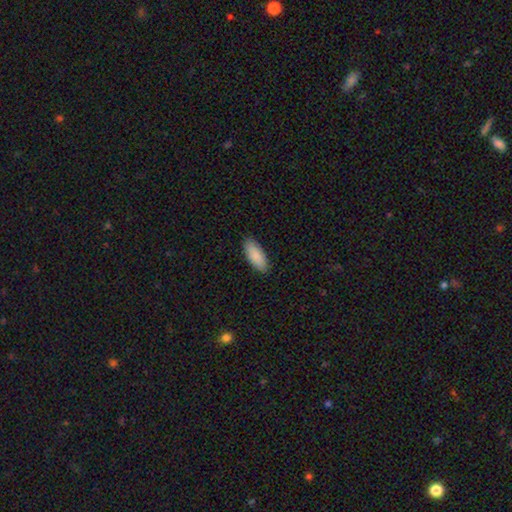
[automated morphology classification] Overall: smooth (90%). How rounded: in between (80%). Merging: none (89%).